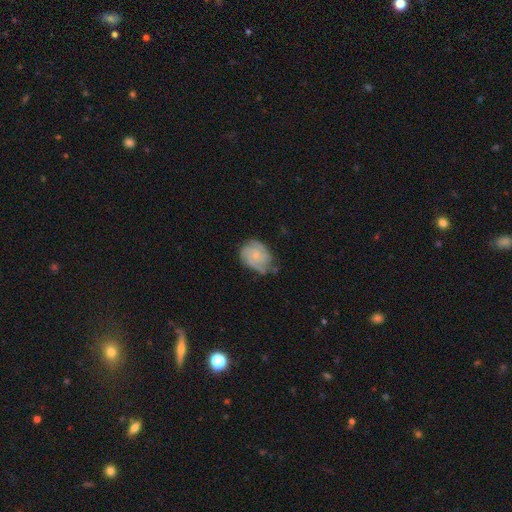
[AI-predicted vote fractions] Smooth or featured?
  - featured or disk: 74% *
  - smooth: 19%
  - star or artifact: 7%
Edge-on disk?
  - no: 98% *
  - yes: 2%
Bar?
  - no: 76% *
  - weak: 21%
  - strong: 3%
Spiral arms?
  - yes: 95% *
  - no: 5%
Spiral winding?
  - tight: 59% *
  - medium: 33%
  - loose: 8%
Spiral arm count?
  - 3: 38% *
  - 2: 24%
  - can't tell: 19%
  - 4: 10%
  - 1: 4%
  - more than 4: 4%
Bulge size?
  - small: 75% *
  - moderate: 19%
  - none: 4%
  - large: 1%
  - dominant: 1%
Merging?
  - none: 60% *
  - minor disturbance: 29%
  - major disturbance: 8%
  - merger: 2%